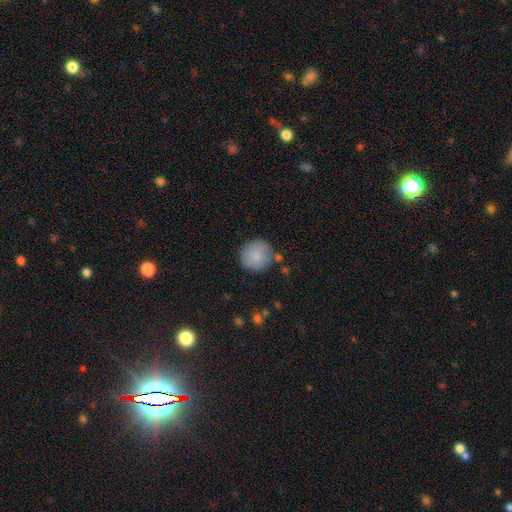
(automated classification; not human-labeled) Morphology: type=smooth (85%); roundness=round (92%); merging=none (76%).